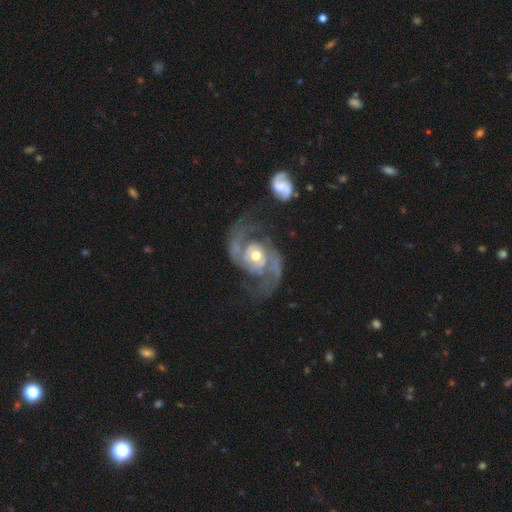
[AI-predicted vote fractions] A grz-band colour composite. It shows a featured or disk galaxy (92%) with no bar (61%), 2 (92%) medium (57%) spiral arms (97%) and a moderate central bulge (71%). Merging: none (66%).